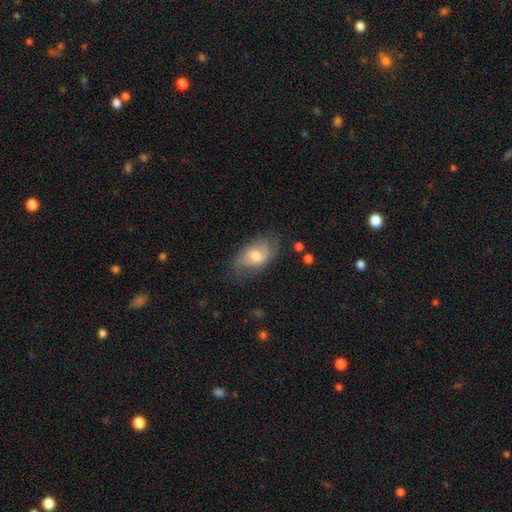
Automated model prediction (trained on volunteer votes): A smooth galaxy with no disk features (53%) that is in between round and cigar-shaped (88%). Merging: none (62%).